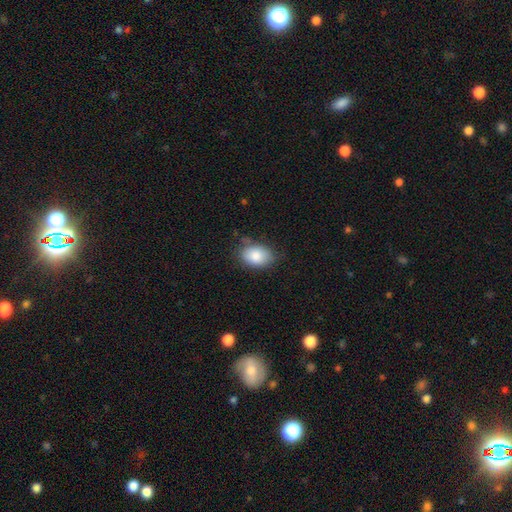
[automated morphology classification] Smooth or featured? smooth (86%)
How rounded? in between (83%)
Merging? none (75%)